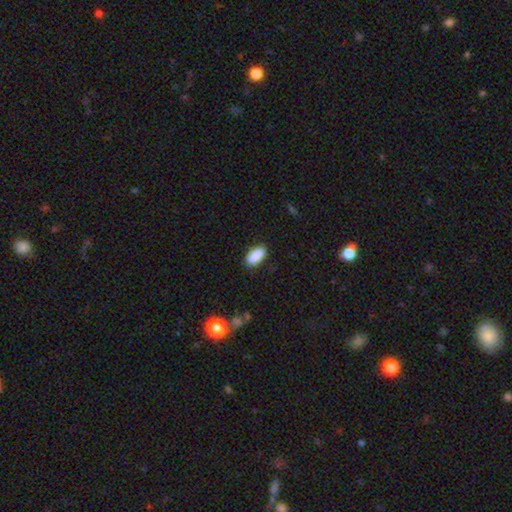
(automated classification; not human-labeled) This appears to be a smooth galaxy with no disk features (90%) that is in between round and cigar-shaped (91%). Merging: none (87%).